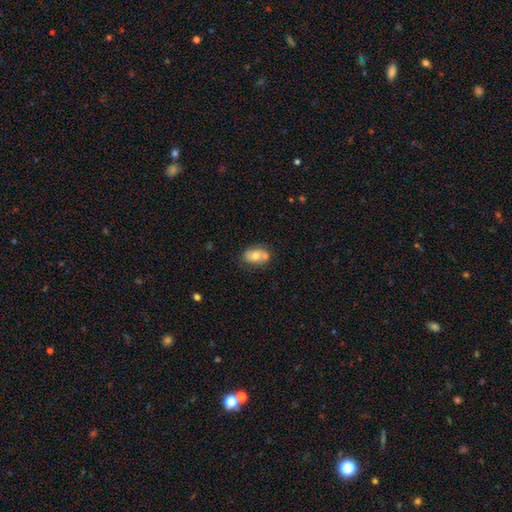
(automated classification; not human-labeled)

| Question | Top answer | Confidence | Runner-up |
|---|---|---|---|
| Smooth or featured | smooth | 57% | featured or disk (34%) |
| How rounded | in between | 78% | round (20%) |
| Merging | none | 54% | merger (22%) |